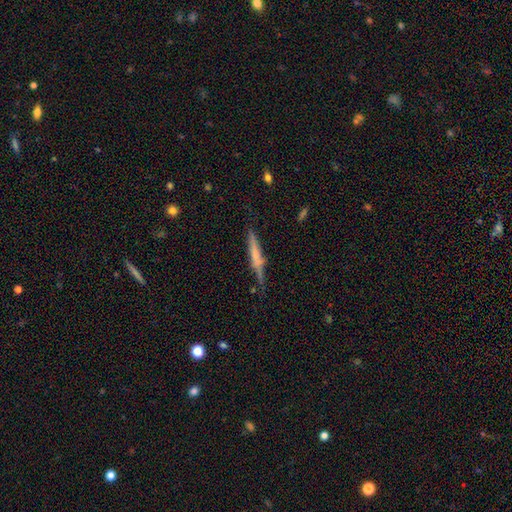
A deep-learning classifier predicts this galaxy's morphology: A featured or disk galaxy (52%) viewed edge-on (95%).

Vote fractions:
- Smooth or featured? featured or disk: 52% / smooth: 40% / star or artifact: 8%
- Edge-on disk? yes: 95% / no: 5%
- Merging? none: 72% / minor disturbance: 19% / major disturbance: 5% / merger: 4%